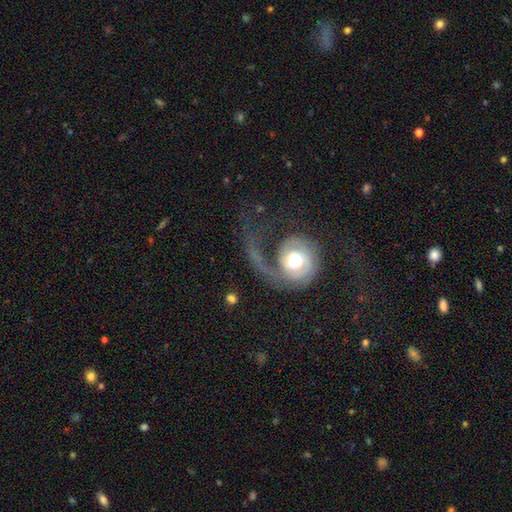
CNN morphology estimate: Smooth or featured?
  - featured or disk: 73% *
  - smooth: 20%
  - star or artifact: 8%
Edge-on disk?
  - no: 97% *
  - yes: 3%
Bar?
  - no: 75% *
  - weak: 18%
  - strong: 6%
Spiral arms?
  - yes: 87% *
  - no: 13%
Spiral winding?
  - loose: 48% *
  - medium: 34%
  - tight: 18%
Spiral arm count?
  - 1: 63% *
  - 2: 29%
  - can't tell: 4%
  - 3: 1%
  - 4: 1%
  - more than 4: 1%
Bulge size?
  - moderate: 60% *
  - large: 27%
  - small: 7%
  - dominant: 5%
  - none: 1%
Merging?
  - major disturbance: 43% *
  - none: 39%
  - minor disturbance: 15%
  - merger: 4%